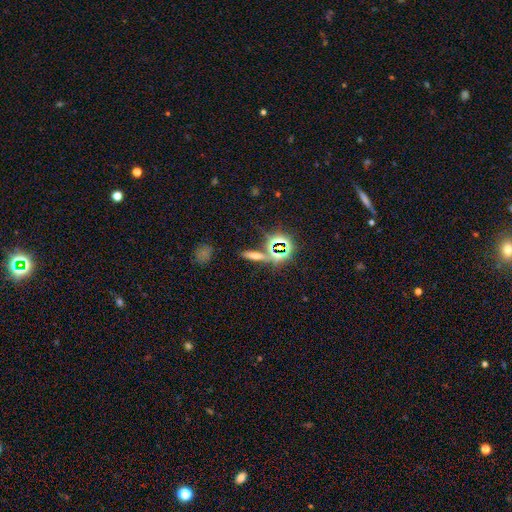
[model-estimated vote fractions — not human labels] Smooth or featured: smooth — 46% (star or artifact — 36%)
Merging: none — 77% (merger — 9%)